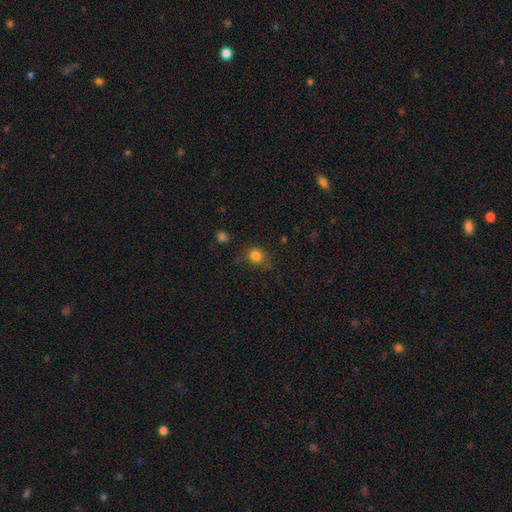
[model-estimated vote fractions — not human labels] A smooth galaxy with no disk features (82%) that is round (79%). Merging: none (73%).